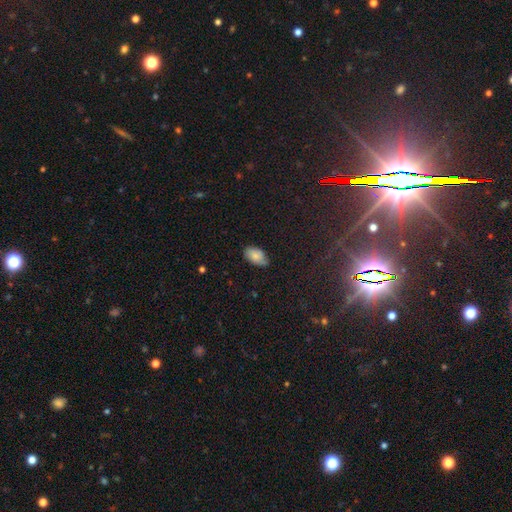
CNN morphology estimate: smooth-or-featured: smooth: 76% | featured or disk: 15% | star or artifact: 9%
  how-rounded: in between: 93% | round: 6% | cigar-shaped: 1%
  merging: none: 67% | minor disturbance: 27% | major disturbance: 4% | merger: 1%